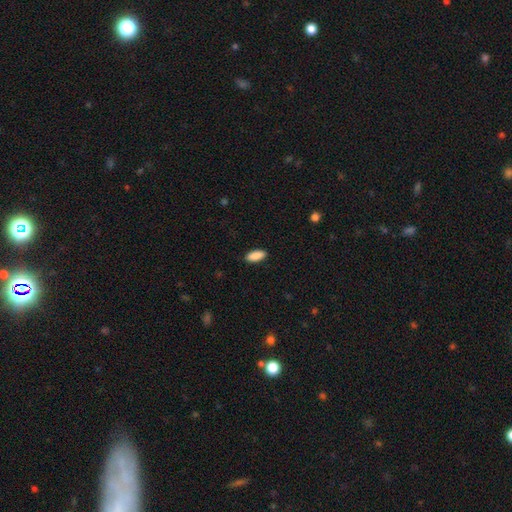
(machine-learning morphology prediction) Smooth or featured? Predicted: smooth (p=0.90). How rounded? Predicted: in between (p=0.84). Merging? Predicted: none (p=0.89).